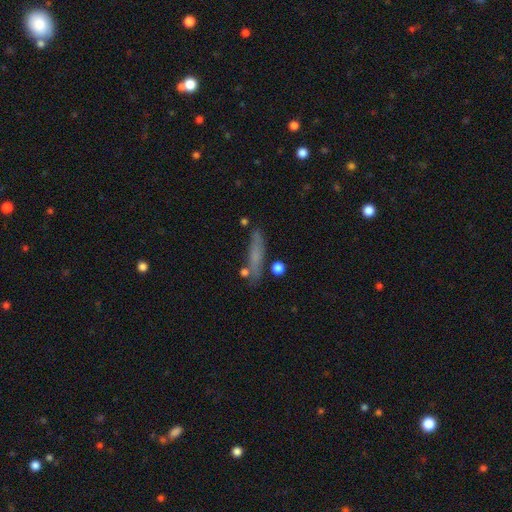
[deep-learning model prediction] A smooth galaxy with no disk features (61%) that is cigar-shaped (80%). Merging: none (70%).